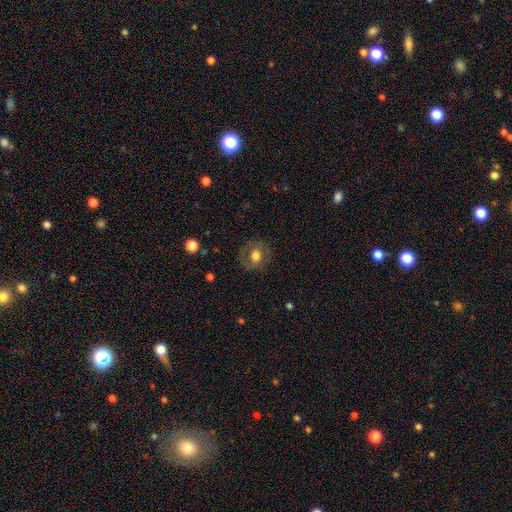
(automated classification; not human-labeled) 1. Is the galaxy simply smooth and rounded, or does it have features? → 60% smooth, 31% featured or disk, 10% star or artifact.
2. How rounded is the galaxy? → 73% round, 26% in between, 1% cigar-shaped.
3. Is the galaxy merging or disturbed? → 75% none, 16% minor disturbance, 9% major disturbance, 1% merger.